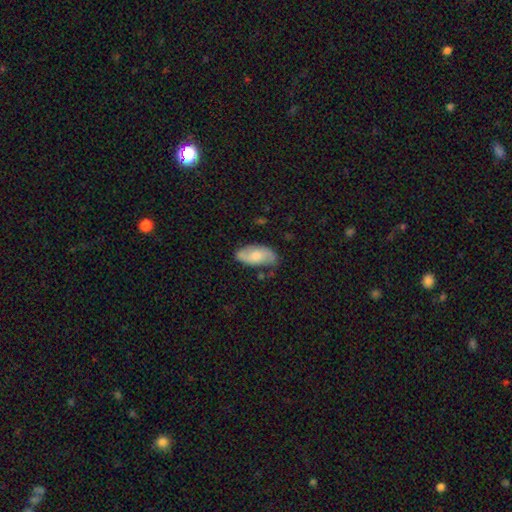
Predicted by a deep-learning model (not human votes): Smooth or featured?
  - smooth: 51% *
  - featured or disk: 43%
  - star or artifact: 6%
How rounded?
  - in between: 92% *
  - cigar-shaped: 5%
  - round: 3%
Merging?
  - none: 70% *
  - minor disturbance: 22%
  - major disturbance: 6%
  - merger: 3%